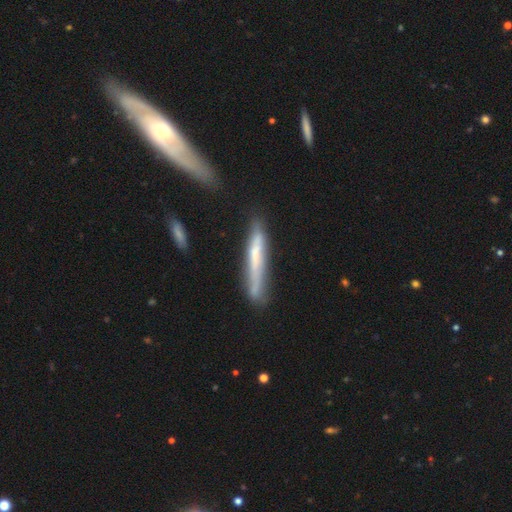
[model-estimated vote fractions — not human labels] Smooth or featured: smooth — 49% (featured or disk — 45%)
Merging: none — 70% (minor disturbance — 20%)